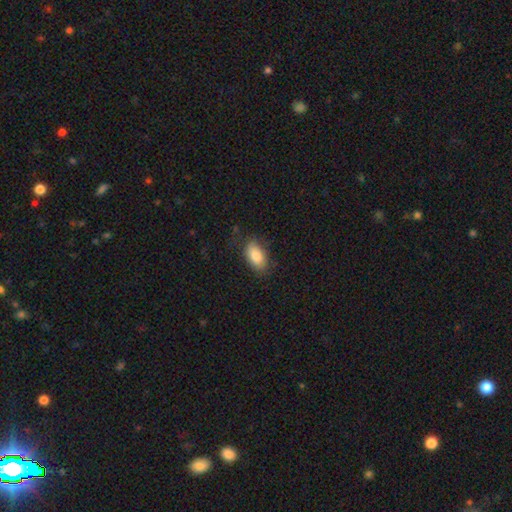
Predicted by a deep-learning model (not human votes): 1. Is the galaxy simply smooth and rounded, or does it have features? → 85% smooth, 8% featured or disk, 7% star or artifact.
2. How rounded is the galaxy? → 92% in between, 5% round, 3% cigar-shaped.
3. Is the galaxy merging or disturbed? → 78% none, 16% minor disturbance, 5% major disturbance, 1% merger.